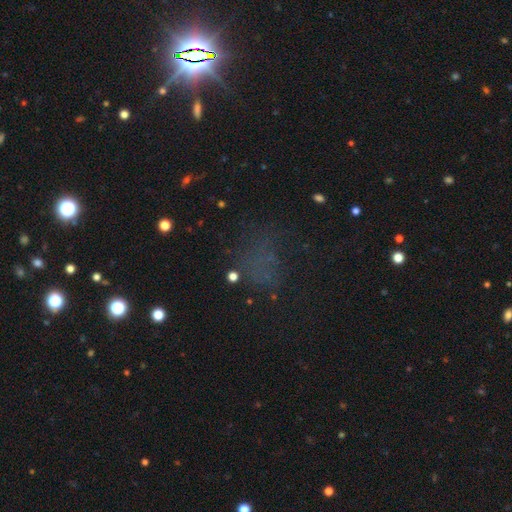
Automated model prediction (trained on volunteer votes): smooth-or-featured: star or artifact: 62% | smooth: 25% | featured or disk: 13%